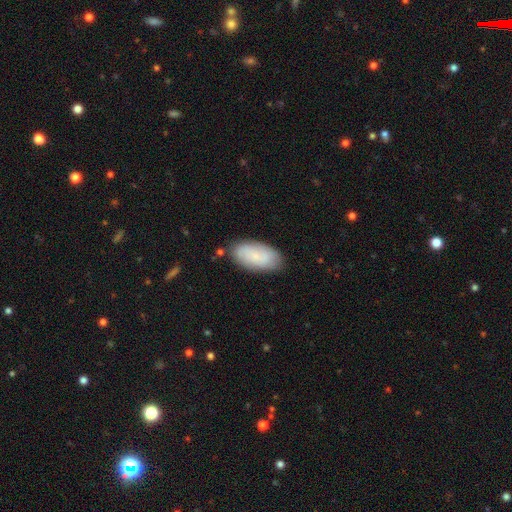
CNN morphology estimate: Smooth or featured? Predicted: smooth (p=0.70). How rounded? Predicted: in between (p=0.93). Merging? Predicted: none (p=0.81).